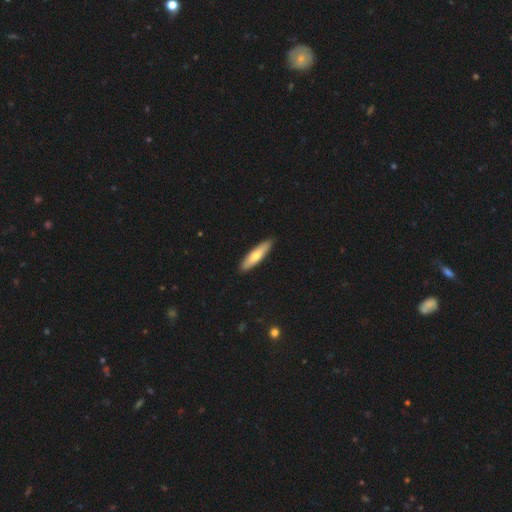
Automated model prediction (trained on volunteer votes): smooth 63%, featured or disk 32%, star or artifact 5%. Down the decision tree: how rounded — cigar-shaped (73%); merging — none (91%).